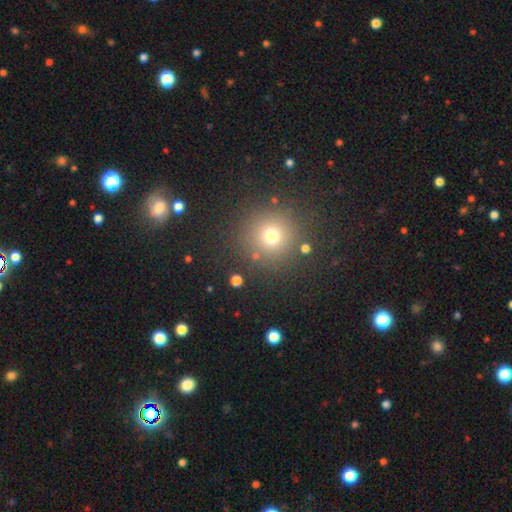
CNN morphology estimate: smooth 69%, star or artifact 23%, featured or disk 8%. Down the decision tree: how rounded — round (94%); merging — none (87%).